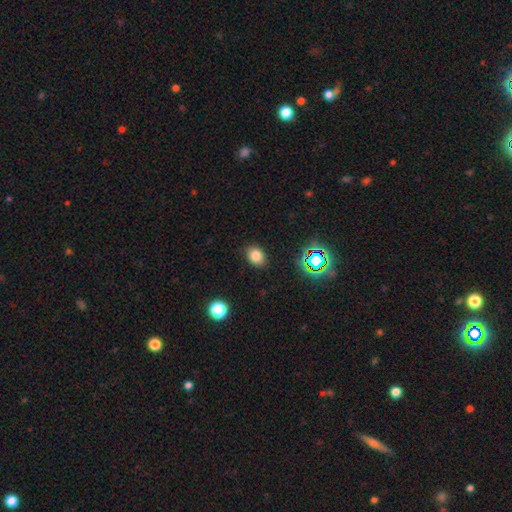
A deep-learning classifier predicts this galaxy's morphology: smooth_or_featured: smooth (p=0.79) [alt: star or artifact p=0.15]
how_rounded: in between (p=0.64) [alt: round p=0.35]
merging: none (p=0.87) [alt: minor disturbance p=0.09]